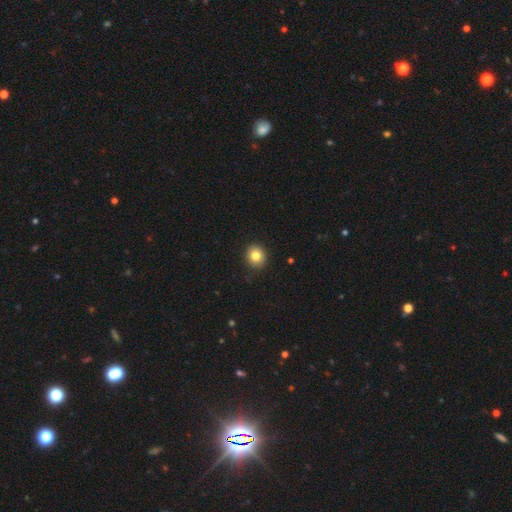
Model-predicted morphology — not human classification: smooth_or_featured: smooth (p=0.82) [alt: star or artifact p=0.11]
how_rounded: round (p=0.80) [alt: in between p=0.19]
merging: none (p=0.91) [alt: minor disturbance p=0.07]